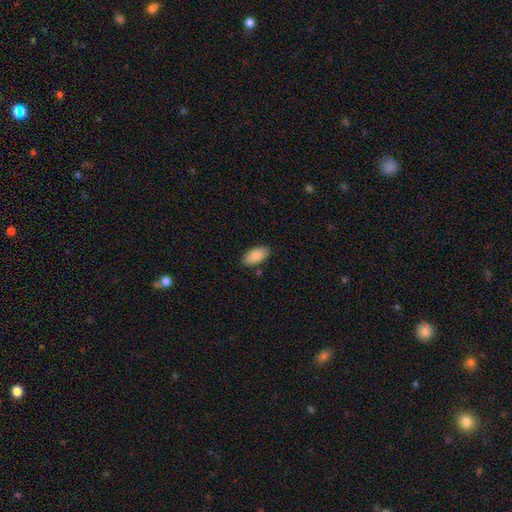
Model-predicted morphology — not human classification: This is clearly a smooth galaxy (87%). How rounded: clearly in between (94%). Merging: clearly none (85%).